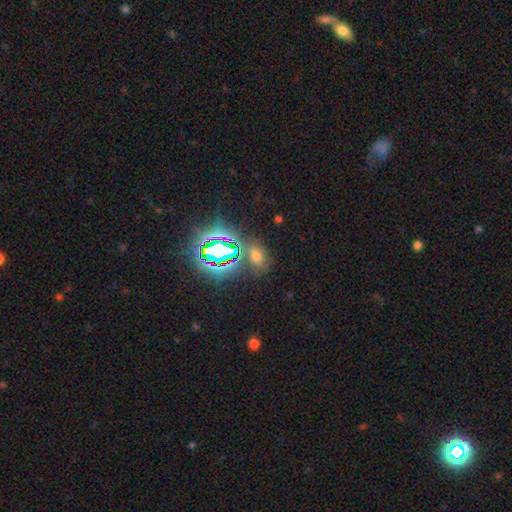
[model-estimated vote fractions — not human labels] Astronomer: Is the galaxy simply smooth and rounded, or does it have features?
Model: star or artifact — 47% (runner-up: smooth, 44%).